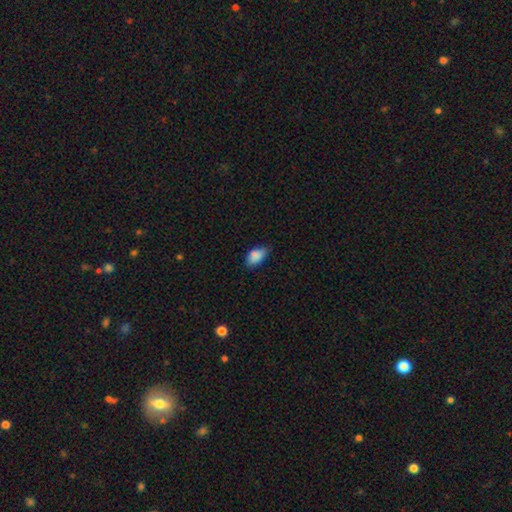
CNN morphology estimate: This is clearly a smooth galaxy (82%). How rounded: clearly in between (90%). Merging: possibly none (58%).